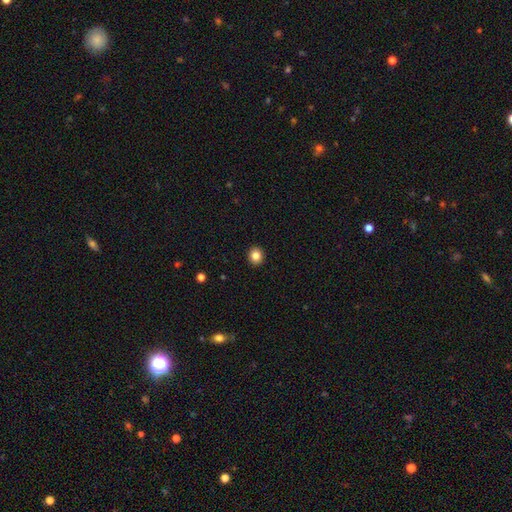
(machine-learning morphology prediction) type=smooth (84%); roundness=round (84%); merging=none (93%).